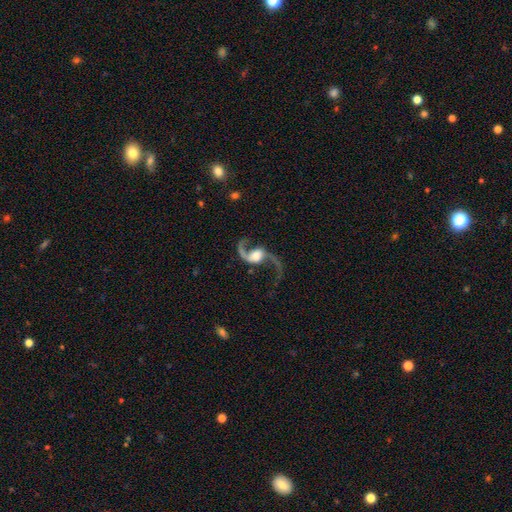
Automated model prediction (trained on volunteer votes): Smooth or featured? Predicted: featured or disk (p=0.91). Edge-on disk? Predicted: no (p=0.97). Bar? Predicted: no (p=0.46). Spiral arms? Predicted: yes (p=0.97). Spiral winding? Predicted: loose (p=0.83). Spiral arm count? Predicted: 2 (p=0.93). Bulge size? Predicted: moderate (p=0.51). Merging? Predicted: none (p=0.71).